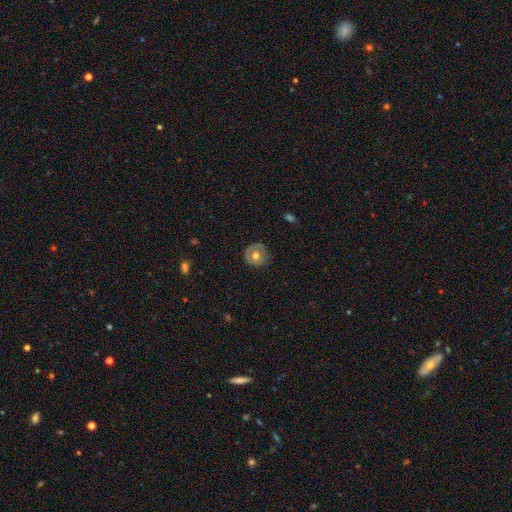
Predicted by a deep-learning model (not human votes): Smooth or featured? smooth (48%)
Merging? none (75%)